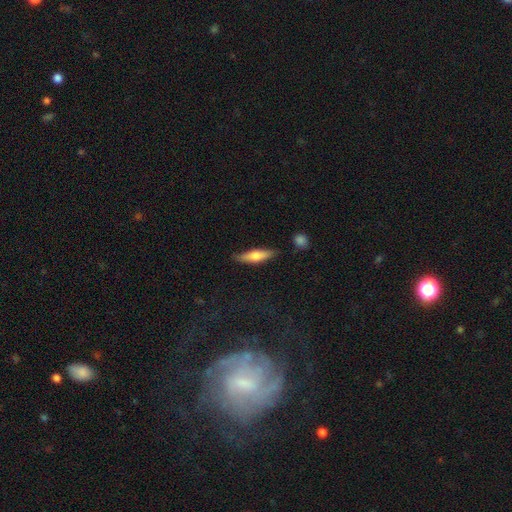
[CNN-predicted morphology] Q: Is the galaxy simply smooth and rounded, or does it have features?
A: smooth — 63%.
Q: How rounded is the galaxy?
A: cigar-shaped — 70%.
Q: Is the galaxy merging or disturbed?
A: none — 80%.